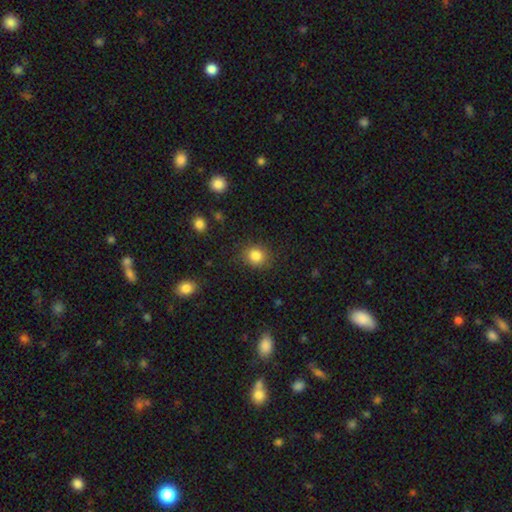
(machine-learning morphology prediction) smooth-or-featured: smooth: 84% | star or artifact: 11% | featured or disk: 5%
  how-rounded: round: 82% | in between: 17% | cigar-shaped: 1%
  merging: none: 87% | minor disturbance: 9% | major disturbance: 3% | merger: 1%